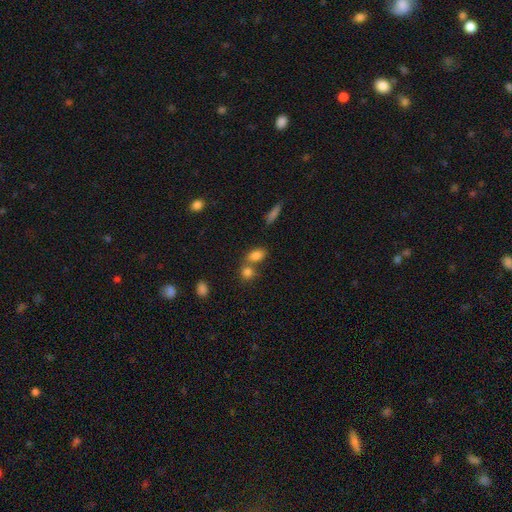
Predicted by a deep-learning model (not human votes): The model was most divided on "merging": none: 46%, merger: 39%, minor disturbance: 10%, major disturbance: 4%. More confident: smooth or featured — smooth (81%); how rounded — in between (76%).